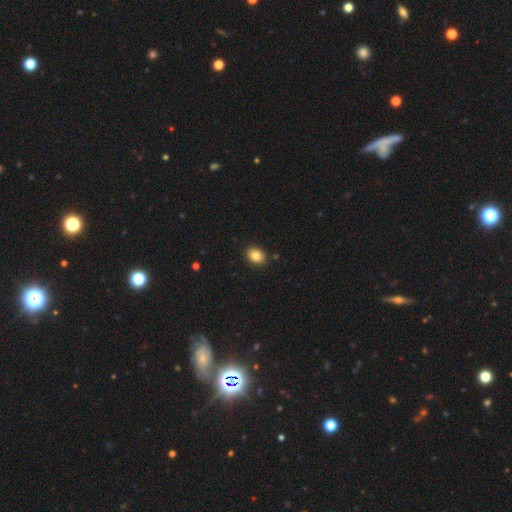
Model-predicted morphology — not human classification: This appears to be a smooth galaxy with no disk features (84%) that is in between round and cigar-shaped (62%). Merging: none (89%).